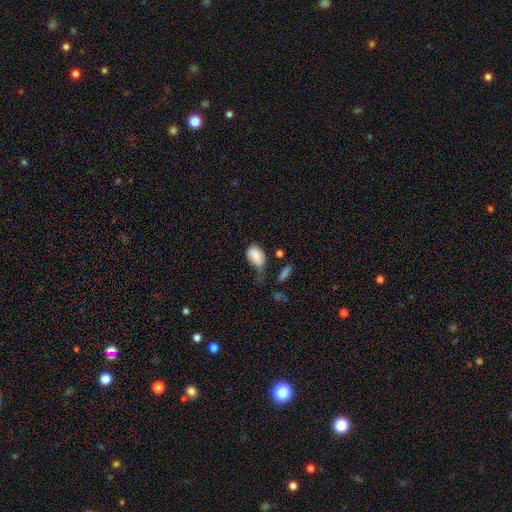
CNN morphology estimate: Smooth or featured: smooth — 76% (featured or disk — 17%)
How rounded: in between — 86% (round — 13%)
Merging: minor disturbance — 37% (none — 29%)